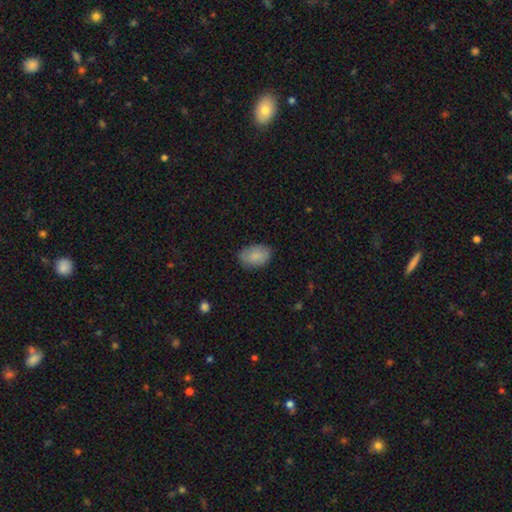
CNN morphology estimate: smooth 85%, featured or disk 8%, star or artifact 7%. Down the decision tree: how rounded — in between (87%); merging — none (82%).